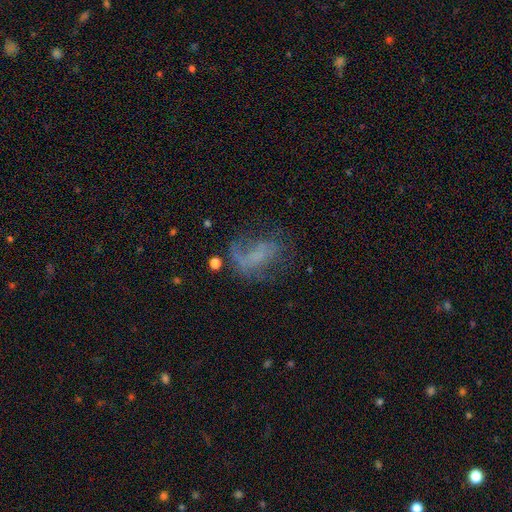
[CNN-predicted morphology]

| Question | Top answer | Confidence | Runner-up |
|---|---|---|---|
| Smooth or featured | featured or disk | 48% | smooth (33%) |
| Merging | none | 38% | major disturbance (37%) |